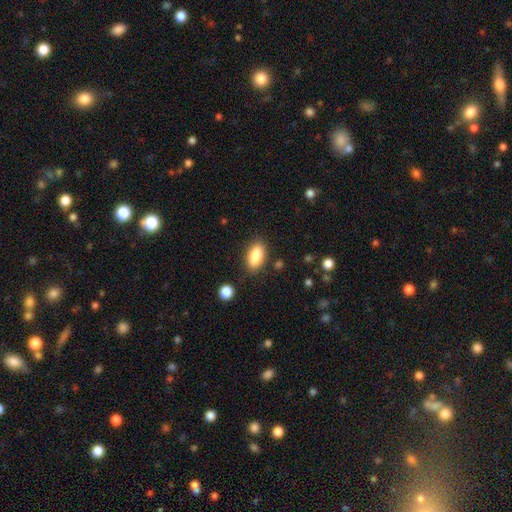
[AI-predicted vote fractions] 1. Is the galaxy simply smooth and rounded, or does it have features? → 87% smooth, 7% star or artifact, 6% featured or disk.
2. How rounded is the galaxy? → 88% in between, 9% cigar-shaped, 3% round.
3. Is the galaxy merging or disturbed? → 85% none, 10% minor disturbance, 3% major disturbance, 2% merger.